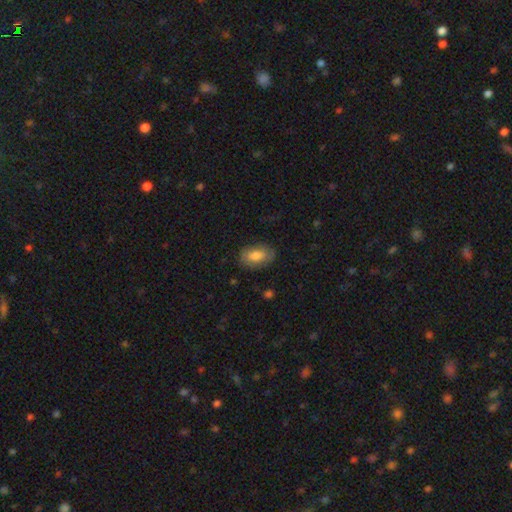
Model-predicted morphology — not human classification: Smooth or featured? Predicted: smooth (p=0.77). How rounded? Predicted: in between (p=0.90). Merging? Predicted: none (p=0.78).